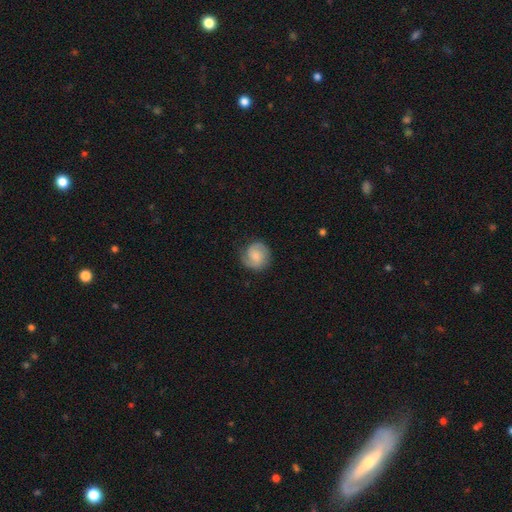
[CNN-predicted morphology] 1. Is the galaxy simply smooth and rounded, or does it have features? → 66% featured or disk, 27% smooth, 7% star or artifact.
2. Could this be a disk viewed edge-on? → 98% no, 2% yes.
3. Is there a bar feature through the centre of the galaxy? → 62% no, 33% weak, 5% strong.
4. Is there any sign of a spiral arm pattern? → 95% yes, 5% no.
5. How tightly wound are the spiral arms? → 48% tight, 40% medium, 12% loose.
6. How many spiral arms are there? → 79% 2, 8% can't tell, 7% 1, 4% 3, 1% 4, 1% more than 4.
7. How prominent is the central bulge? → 51% small, 32% moderate, 12% none, 3% large, 1% dominant.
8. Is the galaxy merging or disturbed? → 80% none, 14% minor disturbance, 5% major disturbance, 1% merger.